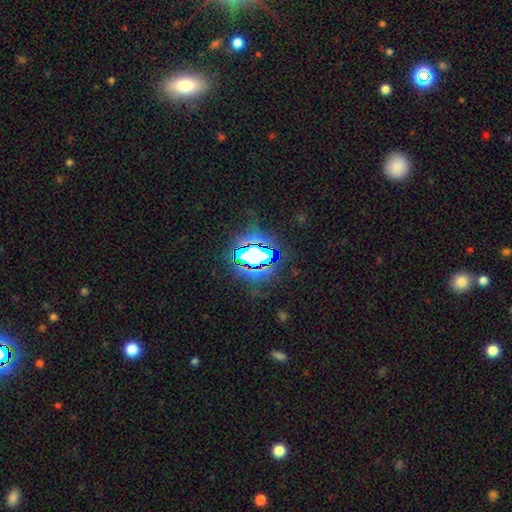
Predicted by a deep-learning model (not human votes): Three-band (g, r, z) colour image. It shows a star or artifact, not a galaxy (70%).